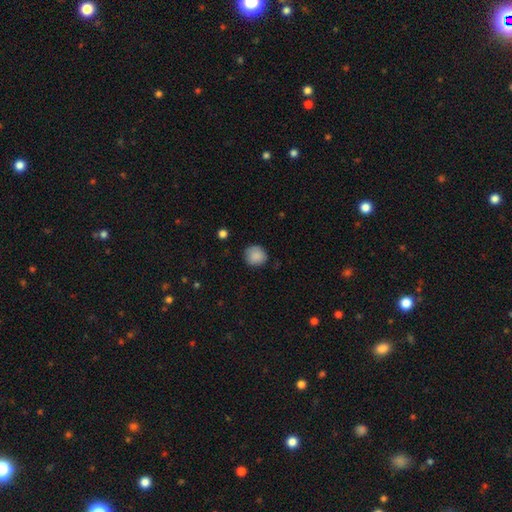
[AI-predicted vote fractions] smooth 88%, star or artifact 8%, featured or disk 4%. Down the decision tree: how rounded — round (89%); merging — none (82%).